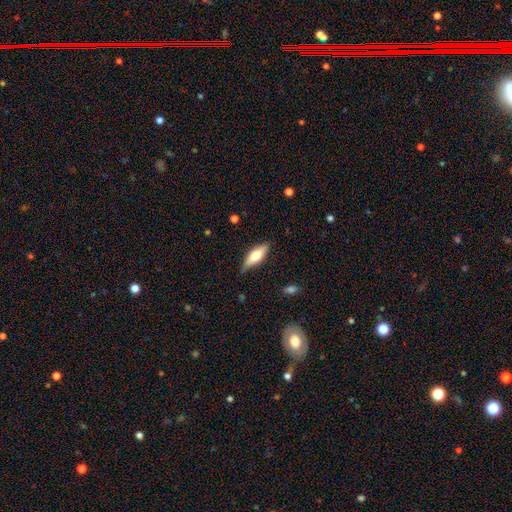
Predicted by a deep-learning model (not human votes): A smooth galaxy with no disk features (60%) that is in between round and cigar-shaped (61%). Merging: none (73%).